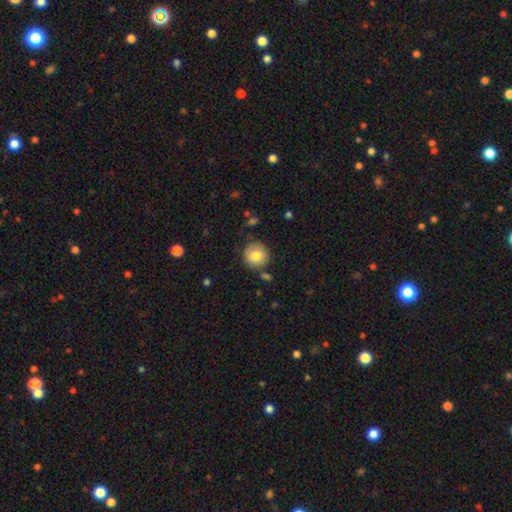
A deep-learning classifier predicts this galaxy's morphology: type=smooth (79%); roundness=round (91%); merging=none (81%).